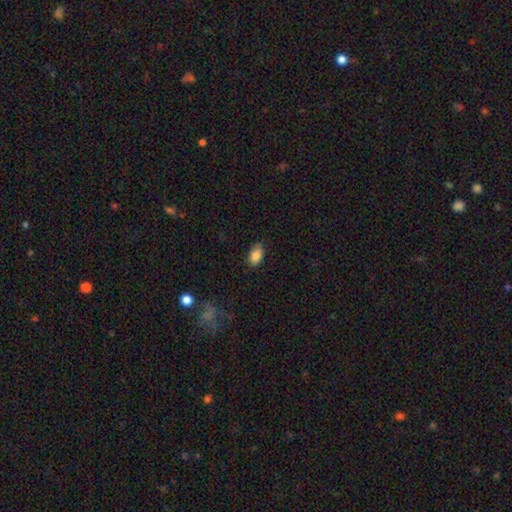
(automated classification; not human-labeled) The model was most divided on "merging": none: 83%, minor disturbance: 14%, major disturbance: 3%, merger: 1%. More confident: how rounded — in between (92%); smooth or featured — smooth (87%).